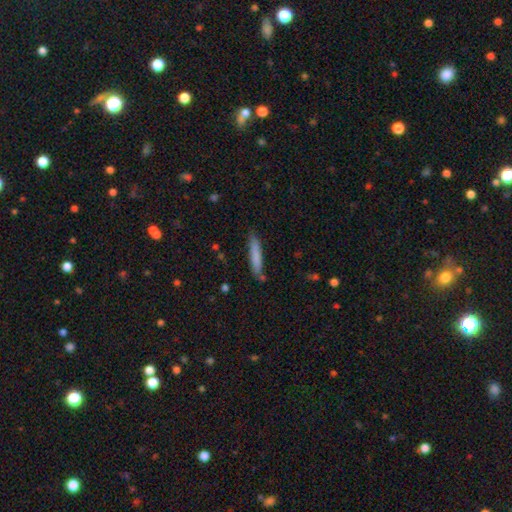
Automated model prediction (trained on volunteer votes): smooth_or_featured: smooth (p=0.78) [alt: featured or disk p=0.16]
how_rounded: cigar-shaped (p=0.90) [alt: in between p=0.09]
merging: none (p=0.79) [alt: minor disturbance p=0.15]